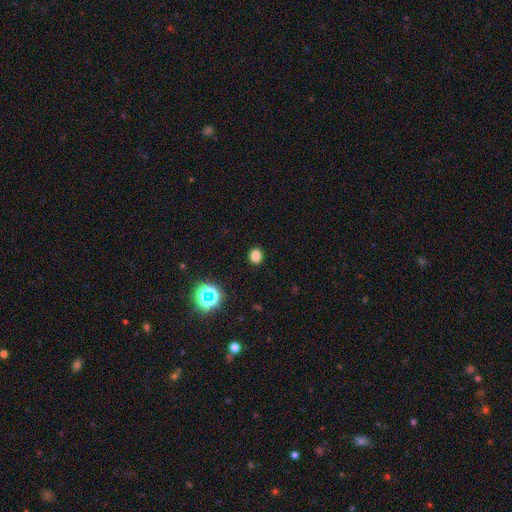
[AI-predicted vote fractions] Overall: smooth (79%). How rounded: round (71%). Merging: none (91%).